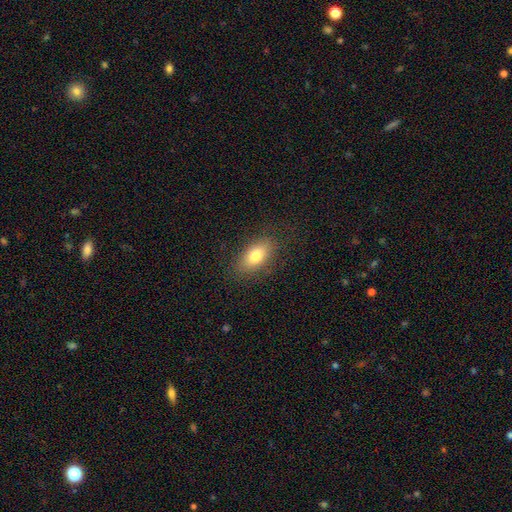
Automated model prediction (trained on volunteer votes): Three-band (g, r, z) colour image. It shows a smooth galaxy with no disk features (78%) that is in between round and cigar-shaped (88%). Merging: none (84%).